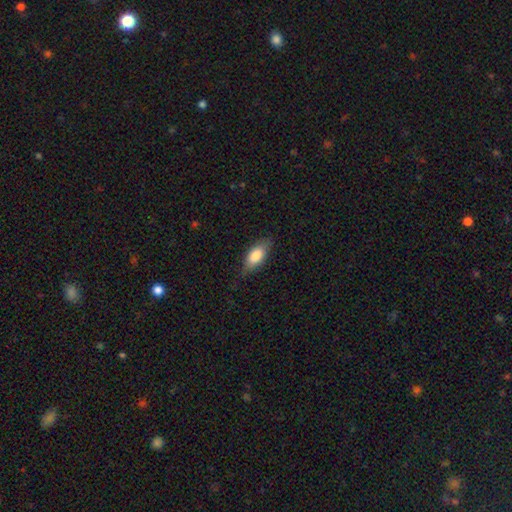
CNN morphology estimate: This appears to be a smooth galaxy with no disk features (80%) that is in between round and cigar-shaped (84%). Merging: none (75%).